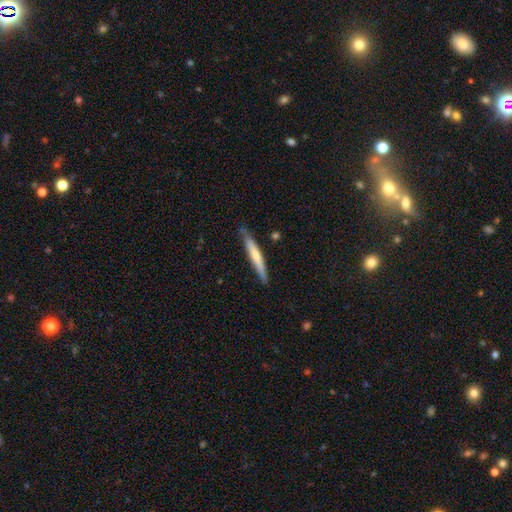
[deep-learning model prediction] This appears to be a smooth galaxy with no disk features (60%) that is cigar-shaped (95%). Merging: none (81%).